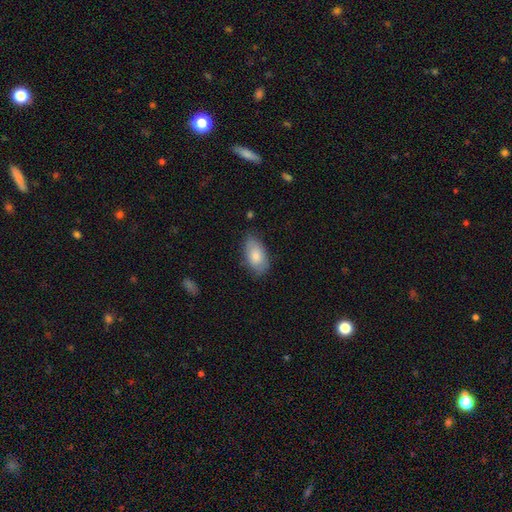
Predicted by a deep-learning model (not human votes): Smooth or featured?
  - smooth: 79% *
  - featured or disk: 15%
  - star or artifact: 6%
How rounded?
  - in between: 93% *
  - round: 4%
  - cigar-shaped: 3%
Merging?
  - none: 73% *
  - minor disturbance: 22%
  - major disturbance: 4%
  - merger: 1%